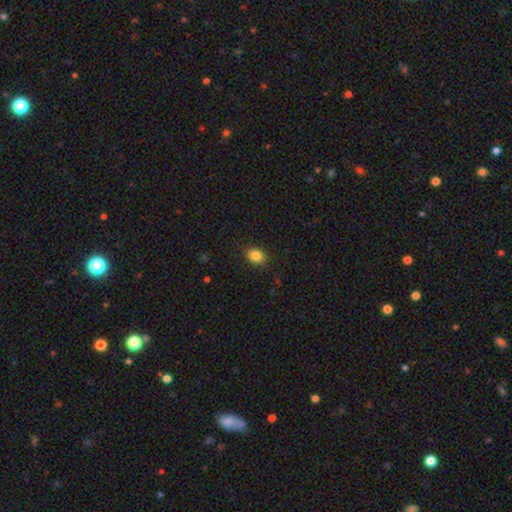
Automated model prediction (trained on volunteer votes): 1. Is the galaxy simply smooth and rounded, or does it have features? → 85% smooth, 10% star or artifact, 5% featured or disk.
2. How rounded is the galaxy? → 57% in between, 42% round, 1% cigar-shaped.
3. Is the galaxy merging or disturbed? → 89% none, 8% minor disturbance, 2% major disturbance, 1% merger.